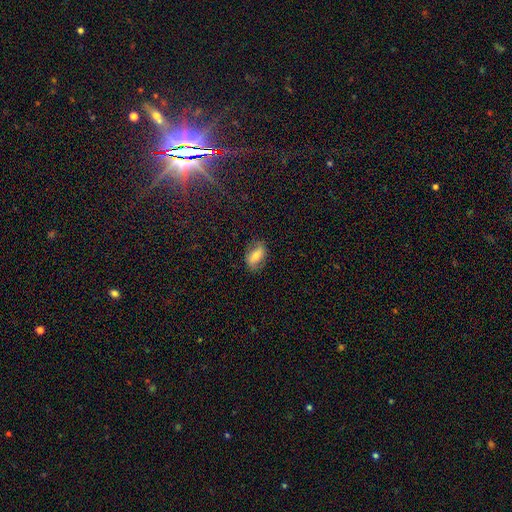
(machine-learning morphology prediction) Smooth or featured? smooth (61%)
How rounded? in between (85%)
Merging? none (76%)